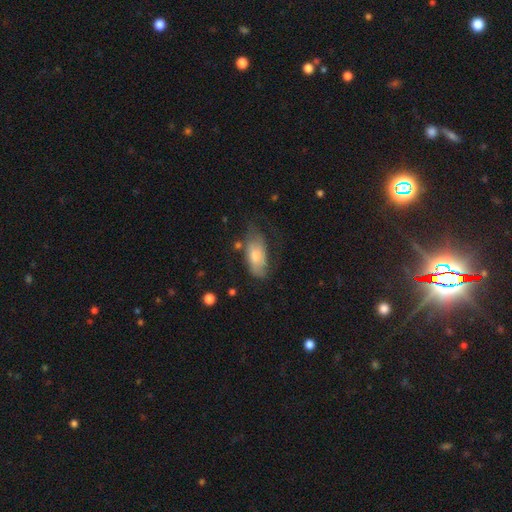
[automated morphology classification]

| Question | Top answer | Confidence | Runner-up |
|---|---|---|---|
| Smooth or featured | smooth | 62% | featured or disk (31%) |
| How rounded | in between | 89% | cigar-shaped (8%) |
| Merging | none | 50% | minor disturbance (32%) |